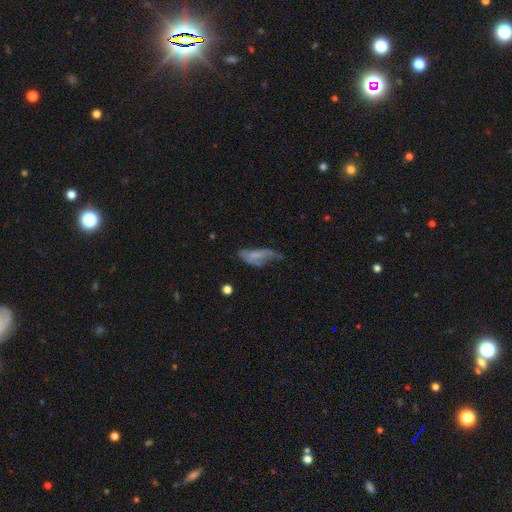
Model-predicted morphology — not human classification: type=smooth (48%); merging=major disturbance (39%).